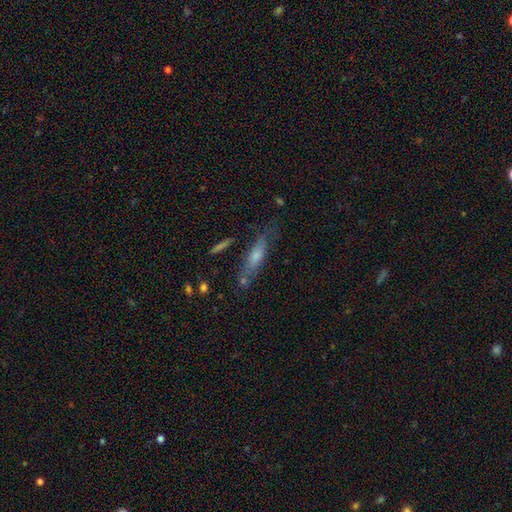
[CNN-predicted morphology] Smooth or featured?
  - smooth: 45% *
  - featured or disk: 43%
  - star or artifact: 11%
Merging?
  - none: 69% *
  - minor disturbance: 19%
  - major disturbance: 6%
  - merger: 6%